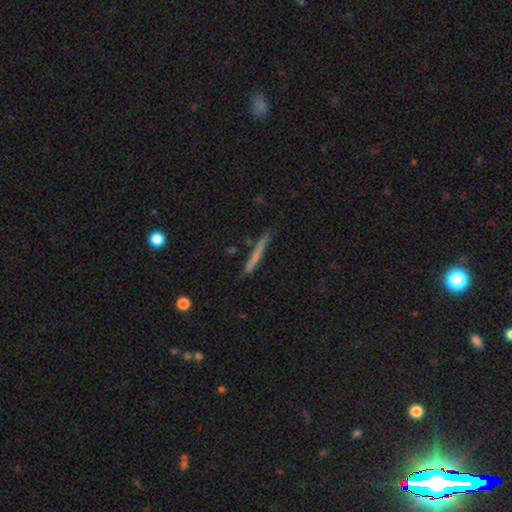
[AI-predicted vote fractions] Overall: smooth (60%; featured or disk 33%). How rounded: cigar-shaped (96%). Merging: none (83%).